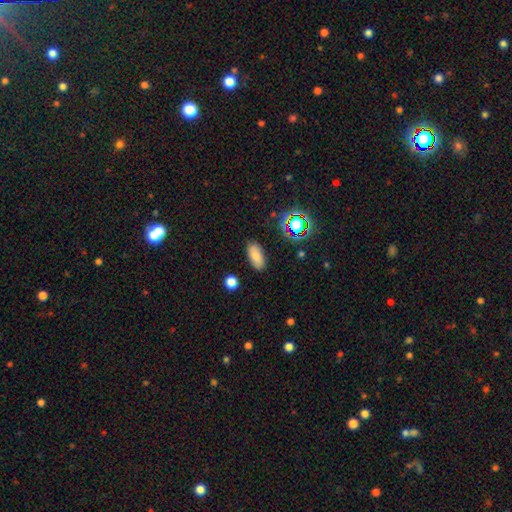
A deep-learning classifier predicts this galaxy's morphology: This is clearly a smooth galaxy (80%). How rounded: clearly in between (88%). Merging: clearly none (85%).